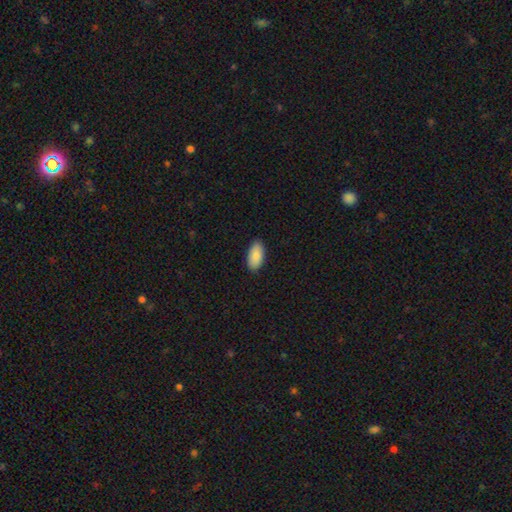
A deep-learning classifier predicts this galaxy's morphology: The model was most divided on "merging": none: 89%, minor disturbance: 9%, major disturbance: 2%, merger: 1%. More confident: how rounded — in between (94%); smooth or featured — smooth (88%).